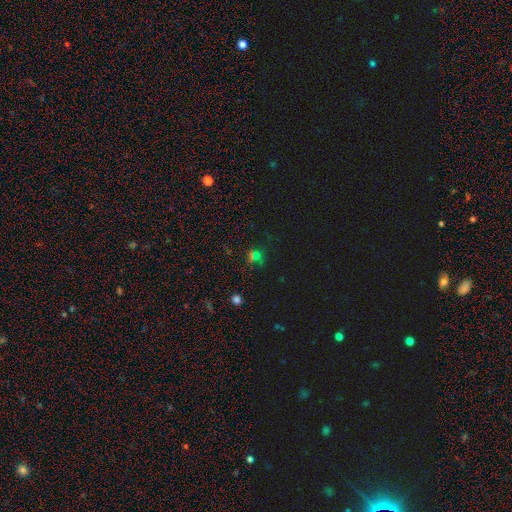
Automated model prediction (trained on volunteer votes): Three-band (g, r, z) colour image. It shows a star or artifact, not a galaxy (55%).